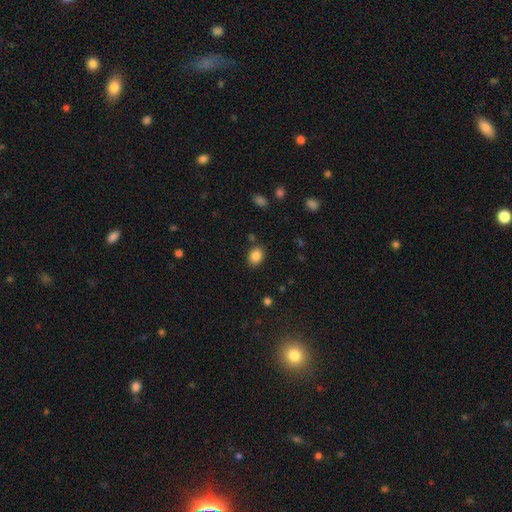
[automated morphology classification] The model was most divided on "how rounded": in between: 62%, round: 37%, cigar-shaped: 1%. More confident: smooth or featured — smooth (86%); merging — none (83%).